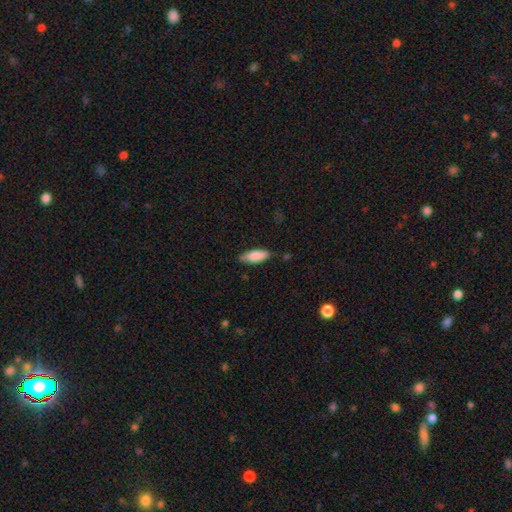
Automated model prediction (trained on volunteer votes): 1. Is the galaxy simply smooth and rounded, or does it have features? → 86% smooth, 9% featured or disk, 6% star or artifact.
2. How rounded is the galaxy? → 72% in between, 26% cigar-shaped, 2% round.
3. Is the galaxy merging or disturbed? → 77% none, 19% minor disturbance, 3% major disturbance, 2% merger.